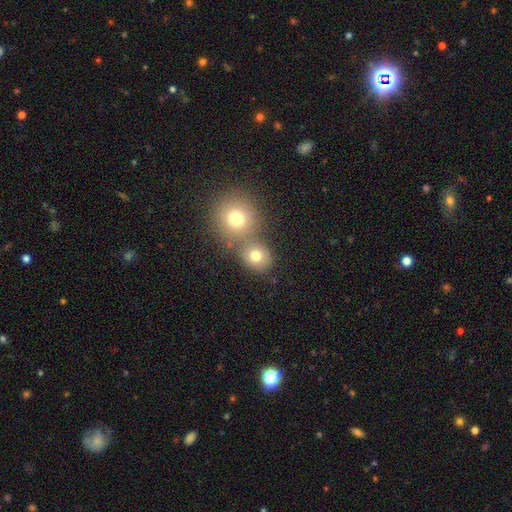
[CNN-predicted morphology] smooth-or-featured: smooth: 76% | star or artifact: 14% | featured or disk: 10%
  how-rounded: round: 78% | in between: 21% | cigar-shaped: 1%
  merging: none: 50% | merger: 39% | minor disturbance: 8% | major disturbance: 4%